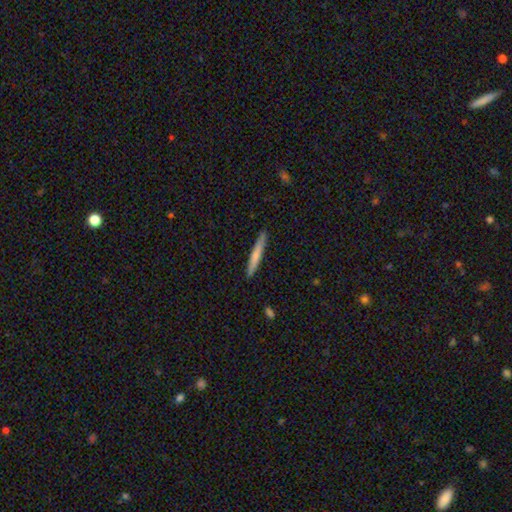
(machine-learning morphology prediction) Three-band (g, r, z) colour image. It shows a smooth galaxy with no disk features (66%) that is cigar-shaped (96%). Merging: none (90%).